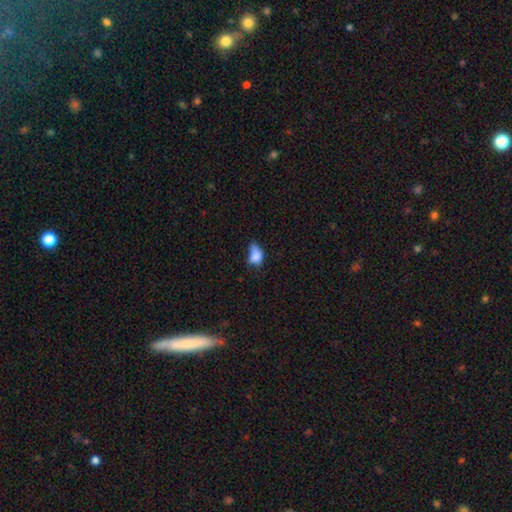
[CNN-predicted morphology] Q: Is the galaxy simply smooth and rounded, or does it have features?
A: smooth — 78%.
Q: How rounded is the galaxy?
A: in between — 82%.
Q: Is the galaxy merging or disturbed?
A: minor disturbance — 40%.